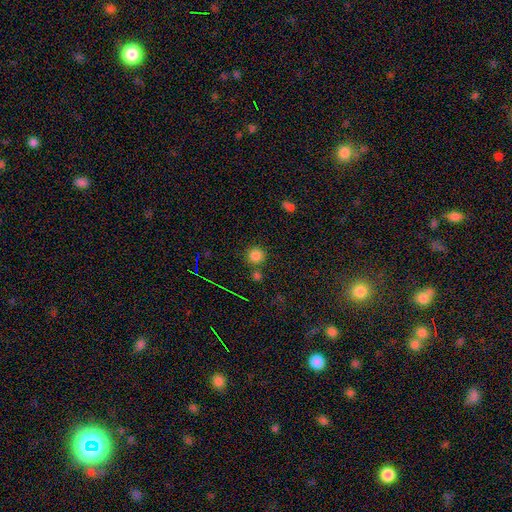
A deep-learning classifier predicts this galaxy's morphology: smooth_or_featured: smooth (p=0.79) [alt: star or artifact p=0.15]
how_rounded: round (p=0.94) [alt: in between p=0.05]
merging: none (p=0.77) [alt: merger p=0.12]